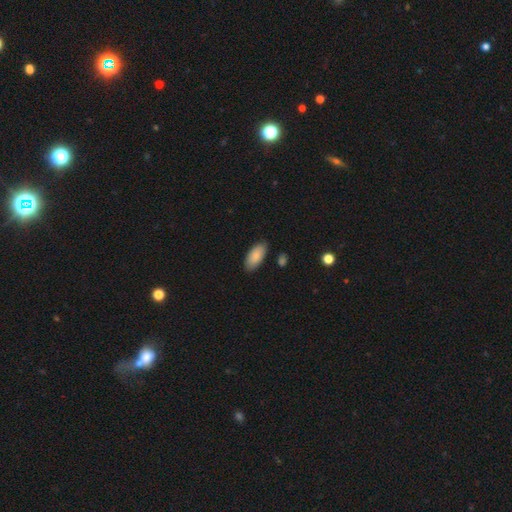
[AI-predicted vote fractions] Q: Smooth or featured?
A: smooth (87%); runner-up: featured or disk (7%)
Q: How rounded?
A: in between (91%); runner-up: cigar-shaped (7%)
Q: Merging?
A: none (84%); runner-up: minor disturbance (12%)